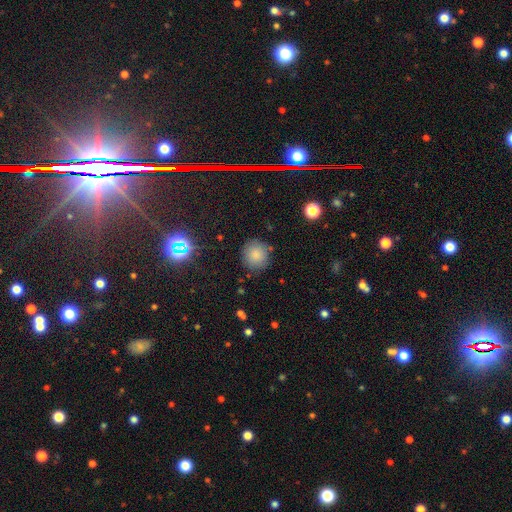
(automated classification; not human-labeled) Smooth or featured: smooth — 81% (star or artifact — 13%)
How rounded: round — 92% (in between — 7%)
Merging: none — 85% (minor disturbance — 10%)